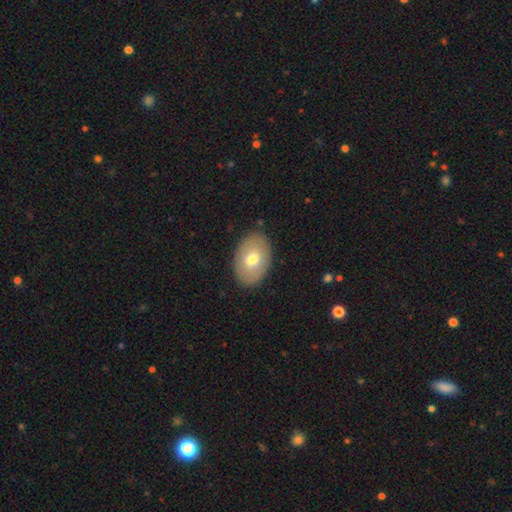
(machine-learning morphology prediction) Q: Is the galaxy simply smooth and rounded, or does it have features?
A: smooth — 68%.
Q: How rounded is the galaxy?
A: in between — 87%.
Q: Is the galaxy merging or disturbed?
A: none — 88%.